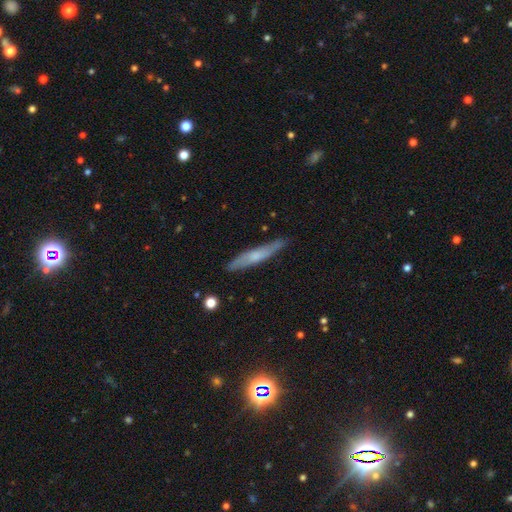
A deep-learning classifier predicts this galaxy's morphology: This is possibly a smooth galaxy (48%). Merging: clearly none (85%).